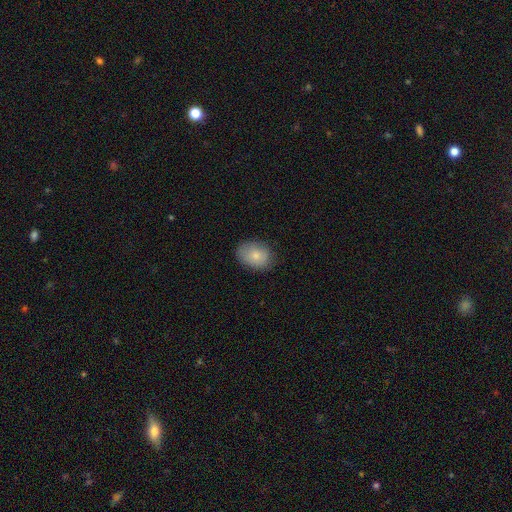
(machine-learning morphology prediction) smooth 81%, featured or disk 12%, star or artifact 7%. Down the decision tree: how rounded — in between (67%); merging — none (78%).